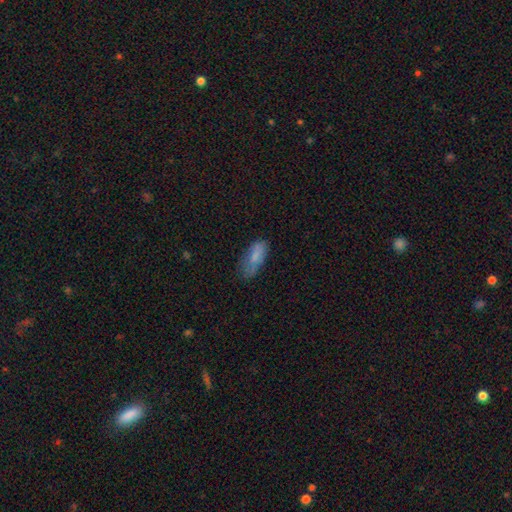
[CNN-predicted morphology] This appears to be a smooth galaxy with no disk features (76%) that is in between round and cigar-shaped (79%). Merging: none (55%).